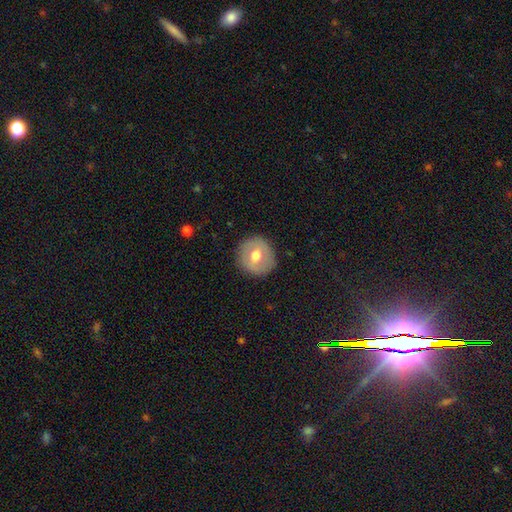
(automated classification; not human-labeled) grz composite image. It shows a smooth galaxy with no disk features (61%) that is round (90%). Merging: none (88%).